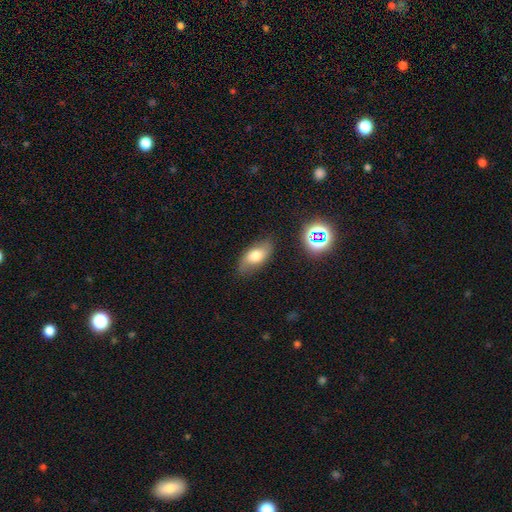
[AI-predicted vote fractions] Q: Smooth or featured?
A: smooth (65%); runner-up: featured or disk (24%)
Q: How rounded?
A: in between (89%); runner-up: round (6%)
Q: Merging?
A: none (76%); runner-up: minor disturbance (18%)